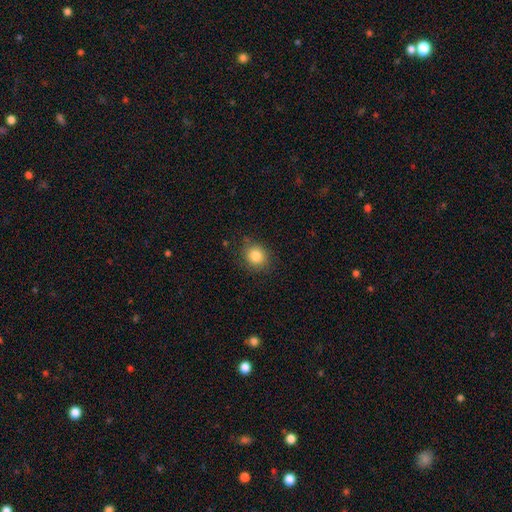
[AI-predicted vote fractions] smooth 84%, star or artifact 10%, featured or disk 6%. Down the decision tree: how rounded — round (78%); merging — none (82%).